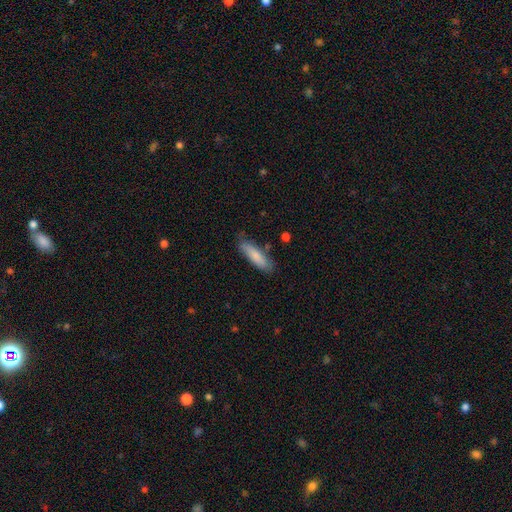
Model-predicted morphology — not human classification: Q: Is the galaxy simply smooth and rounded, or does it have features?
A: smooth — 81%.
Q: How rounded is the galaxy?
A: cigar-shaped — 64%.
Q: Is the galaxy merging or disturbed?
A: none — 76%.